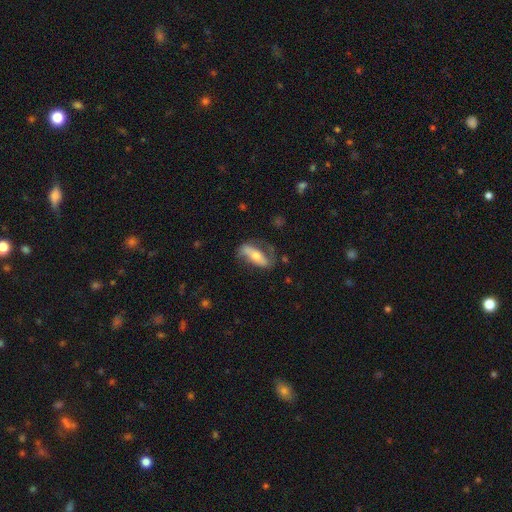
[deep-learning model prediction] smooth_or_featured: featured or disk (p=0.59) [alt: smooth p=0.35]
disk_edge_on: no (p=0.74) [alt: yes p=0.26]
merging: none (p=0.61) [alt: minor disturbance p=0.22]